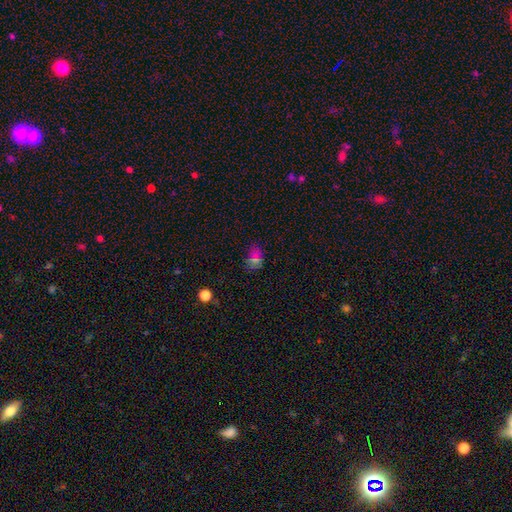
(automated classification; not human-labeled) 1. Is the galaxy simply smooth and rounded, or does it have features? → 67% smooth, 22% star or artifact, 11% featured or disk.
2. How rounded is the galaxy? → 73% in between, 25% round, 2% cigar-shaped.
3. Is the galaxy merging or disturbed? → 56% none, 26% minor disturbance, 12% major disturbance, 6% merger.